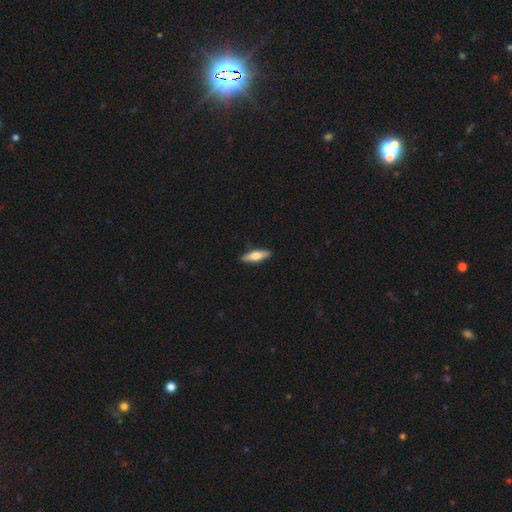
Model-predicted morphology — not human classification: Smooth or featured? smooth (58%)
How rounded? cigar-shaped (58%)
Merging? none (89%)